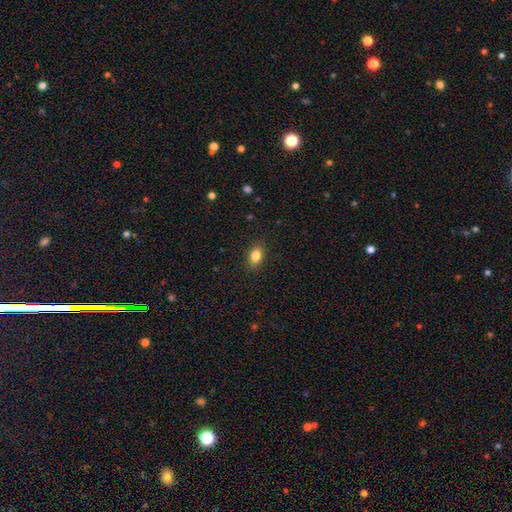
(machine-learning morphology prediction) Q: Smooth or featured?
A: smooth (83%); runner-up: star or artifact (10%)
Q: How rounded?
A: in between (76%); runner-up: round (22%)
Q: Merging?
A: none (88%); runner-up: minor disturbance (9%)